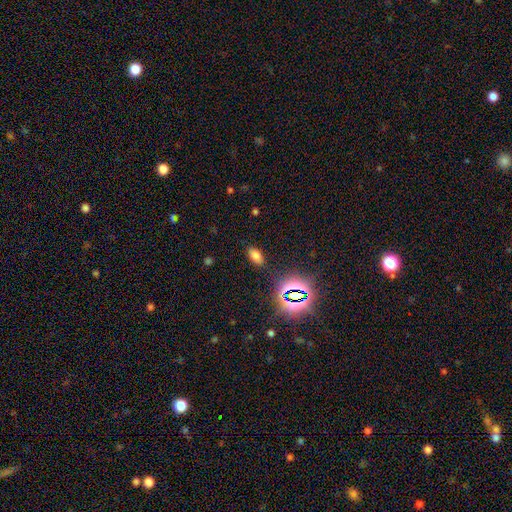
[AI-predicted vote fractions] Morphology: type=smooth (70%); roundness=in between (91%); merging=none (85%).